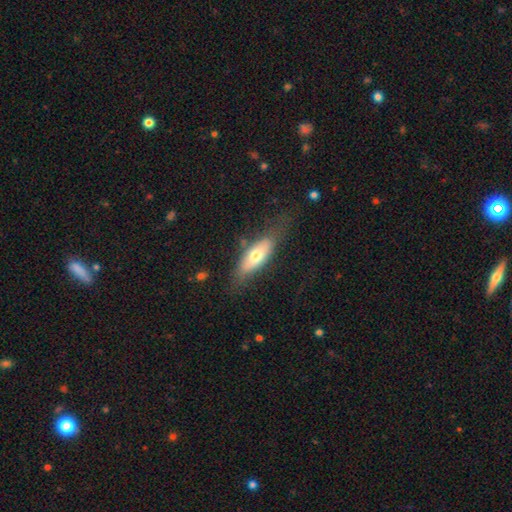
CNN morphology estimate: Smooth or featured? Predicted: smooth (p=0.61). How rounded? Predicted: in between (p=0.67). Merging? Predicted: none (p=0.63).